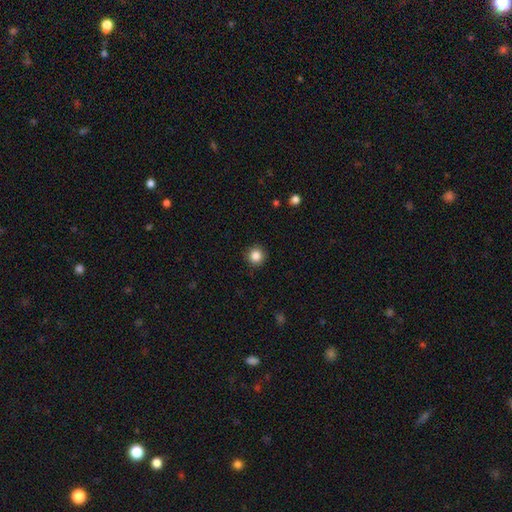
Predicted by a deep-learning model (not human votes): Smooth or featured: smooth — 85% (star or artifact — 11%)
How rounded: round — 95% (in between — 4%)
Merging: none — 92% (minor disturbance — 6%)